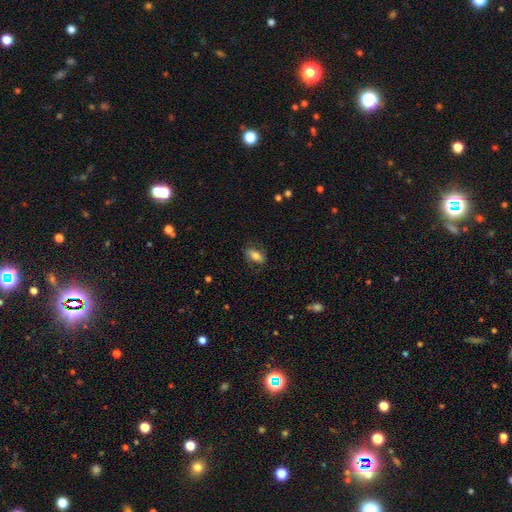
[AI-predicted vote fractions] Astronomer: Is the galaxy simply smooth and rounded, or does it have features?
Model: smooth — 68%.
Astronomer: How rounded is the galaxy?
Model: in between — 83%.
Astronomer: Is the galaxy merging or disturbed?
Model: none — 75%.